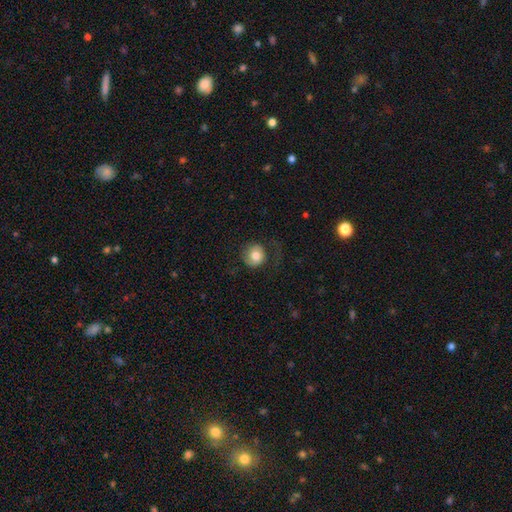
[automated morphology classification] Smooth or featured?
  - smooth: 69% *
  - featured or disk: 23%
  - star or artifact: 8%
How rounded?
  - round: 86% *
  - in between: 13%
  - cigar-shaped: 1%
Merging?
  - none: 59% *
  - major disturbance: 21%
  - minor disturbance: 18%
  - merger: 1%